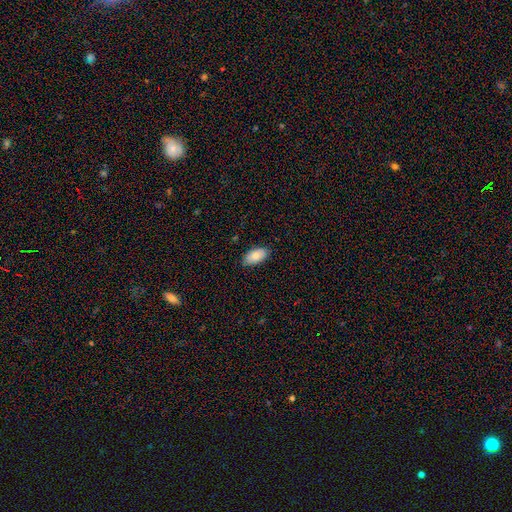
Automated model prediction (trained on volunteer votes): Q: Smooth or featured?
A: smooth (85%); runner-up: featured or disk (9%)
Q: How rounded?
A: in between (95%); runner-up: cigar-shaped (3%)
Q: Merging?
A: none (84%); runner-up: minor disturbance (13%)